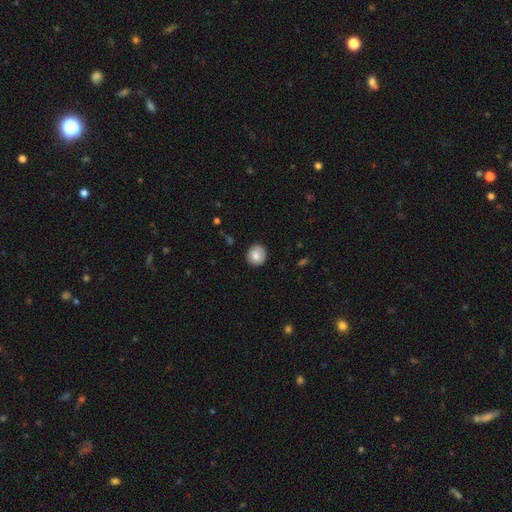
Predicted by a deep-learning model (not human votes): A smooth galaxy with no disk features (80%) that is round (89%).

Vote fractions:
- Smooth or featured? smooth: 80% / featured or disk: 12% / star or artifact: 8%
- How rounded? round: 89% / in between: 10% / cigar-shaped: 1%
- Merging? none: 88% / minor disturbance: 9% / major disturbance: 2% / merger: 1%